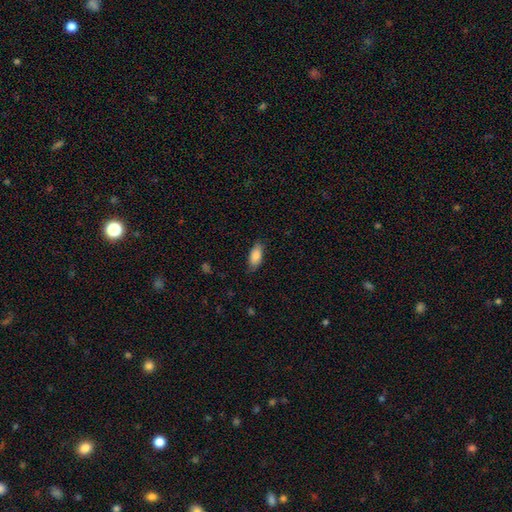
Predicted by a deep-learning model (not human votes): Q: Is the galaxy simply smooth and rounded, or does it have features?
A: smooth — 86%.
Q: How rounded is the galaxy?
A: in between — 87%.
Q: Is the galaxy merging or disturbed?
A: none — 82%.